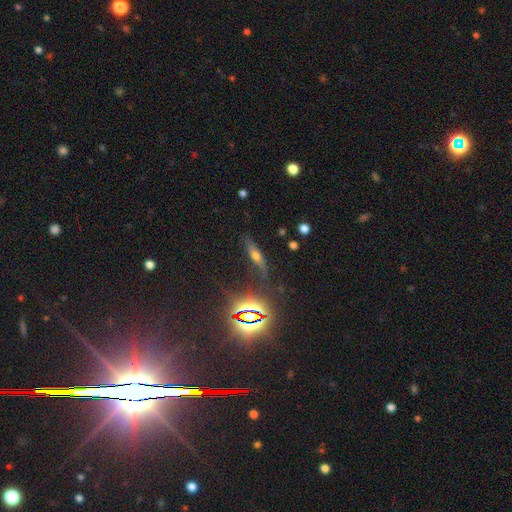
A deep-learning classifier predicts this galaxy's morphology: smooth-or-featured: smooth: 42% | featured or disk: 36% | star or artifact: 22%
  merging: none: 72% | minor disturbance: 18% | major disturbance: 7% | merger: 4%